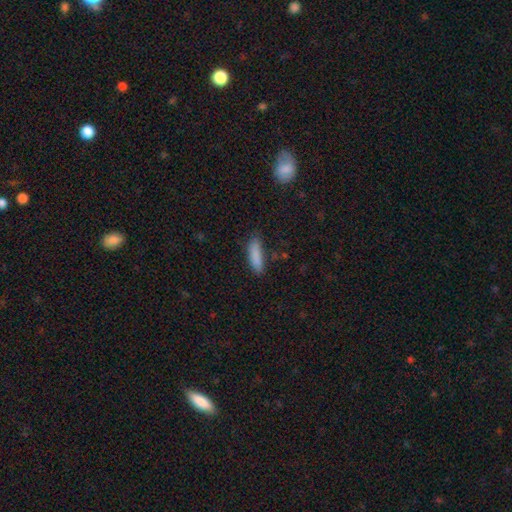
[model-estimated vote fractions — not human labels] This is clearly a smooth galaxy (86%). How rounded: possibly cigar-shaped (58%). Merging: likely none (74%).